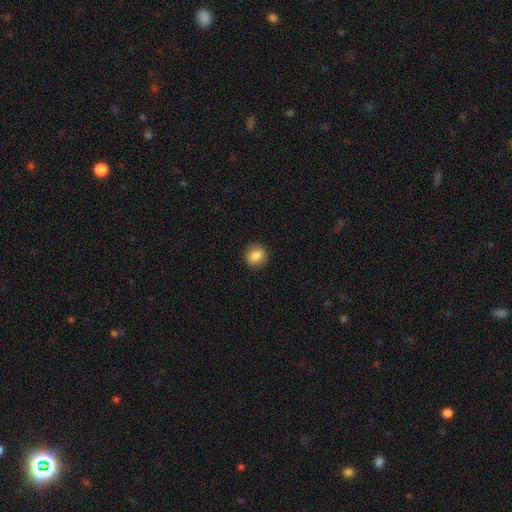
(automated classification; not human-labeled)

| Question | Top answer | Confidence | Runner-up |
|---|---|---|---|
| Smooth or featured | smooth | 84% | star or artifact (9%) |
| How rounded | round | 85% | in between (14%) |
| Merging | none | 91% | minor disturbance (6%) |